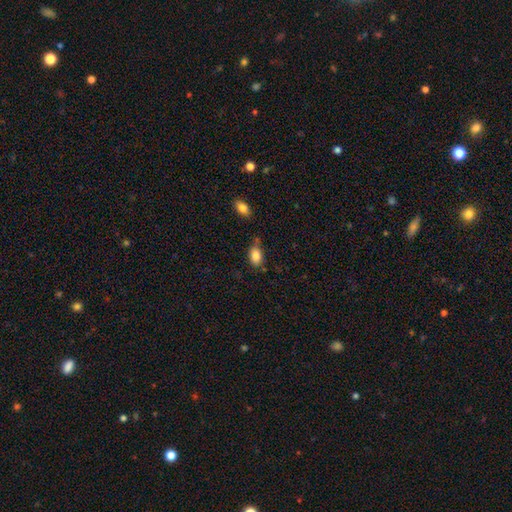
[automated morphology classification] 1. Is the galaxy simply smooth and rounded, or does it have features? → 85% smooth, 8% star or artifact, 7% featured or disk.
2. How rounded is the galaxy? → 89% in between, 8% round, 2% cigar-shaped.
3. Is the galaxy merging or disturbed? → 62% none, 23% minor disturbance, 10% merger, 5% major disturbance.